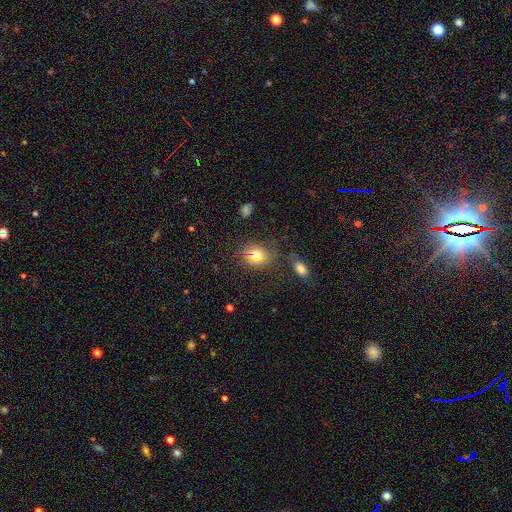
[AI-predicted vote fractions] A smooth galaxy with no disk features (64%) that is round (56%).

Vote fractions:
- Smooth or featured? smooth: 64% / star or artifact: 24% / featured or disk: 12%
- How rounded? round: 56% / in between: 42% / cigar-shaped: 2%
- Merging? none: 77% / minor disturbance: 13% / major disturbance: 6% / merger: 4%